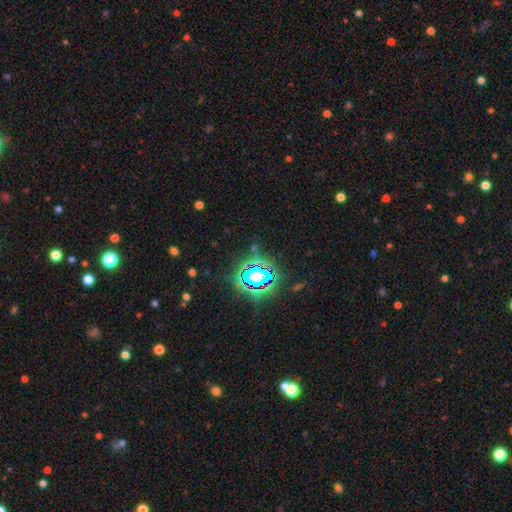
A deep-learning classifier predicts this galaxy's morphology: smooth_or_featured: star or artifact (p=0.83) [alt: smooth p=0.10]